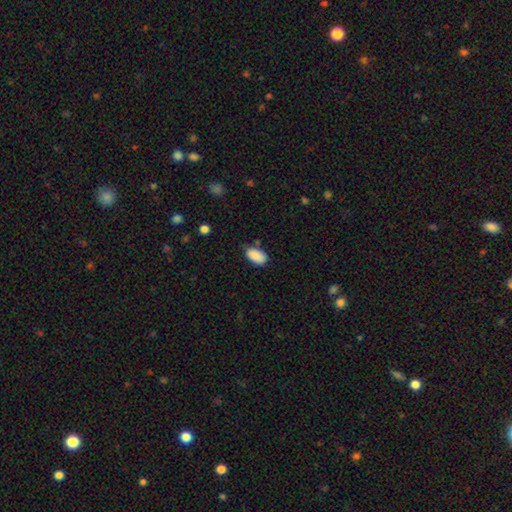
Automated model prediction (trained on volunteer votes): A smooth galaxy with no disk features (89%) that is in between round and cigar-shaped (94%). Merging: none (68%).